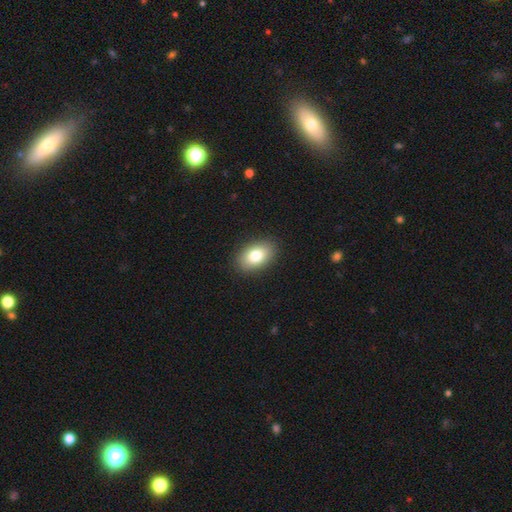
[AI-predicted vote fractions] Overall: smooth (81%). How rounded: in between (89%). Merging: none (89%).